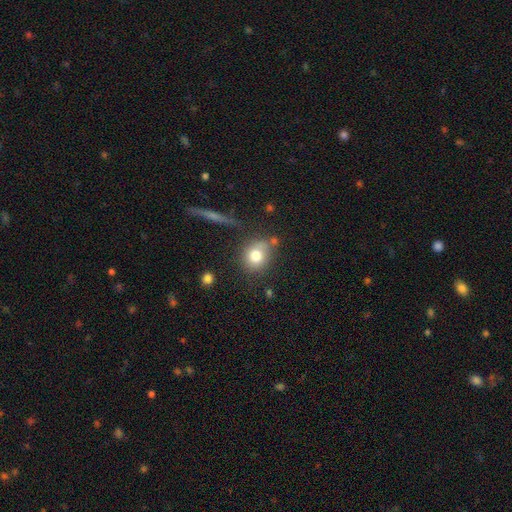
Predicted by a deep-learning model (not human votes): A smooth galaxy with no disk features (78%) that is round (72%).

Vote fractions:
- Smooth or featured? smooth: 78% / featured or disk: 12% / star or artifact: 10%
- How rounded? round: 72% / in between: 26% / cigar-shaped: 2%
- Merging? none: 68% / minor disturbance: 17% / merger: 9% / major disturbance: 6%